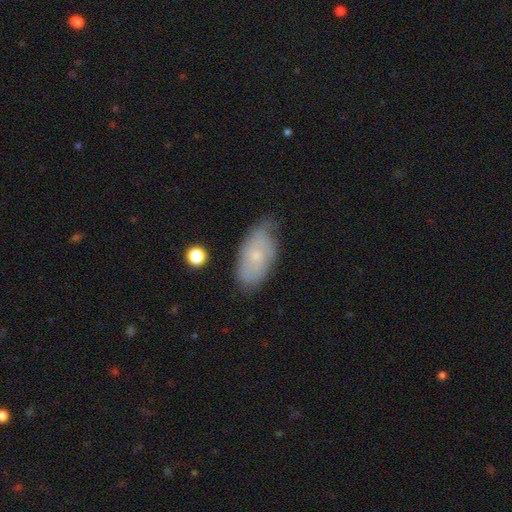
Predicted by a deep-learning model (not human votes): Morphology: type=smooth (51%); roundness=in between (91%); merging=none (65%).